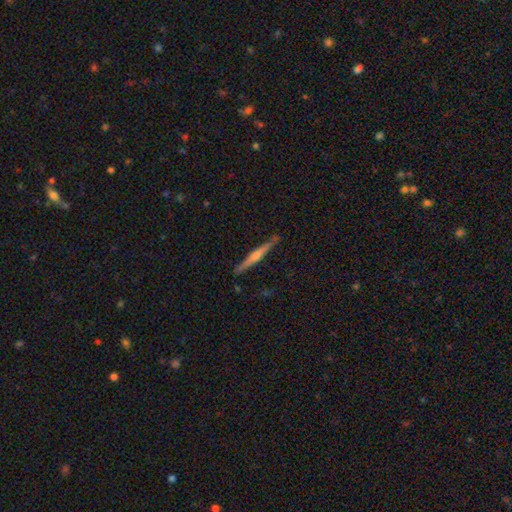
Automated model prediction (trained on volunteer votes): Overall: featured or disk (63%; smooth 32%). Edge-on disk: yes (98%). Edge-on bulge: rounded (61%). Merging: none (88%).